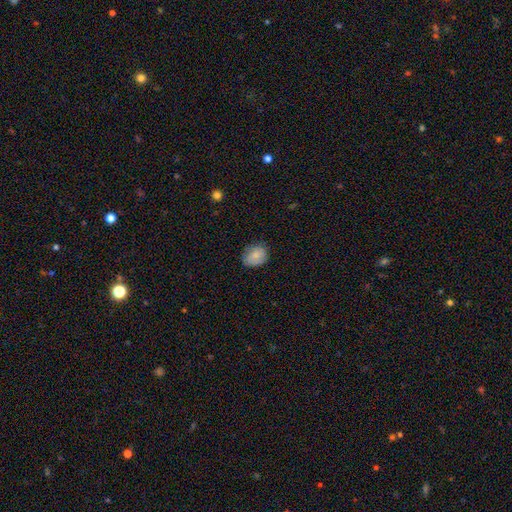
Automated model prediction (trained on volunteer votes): Smooth or featured? Predicted: smooth (p=0.79). How rounded? Predicted: in between (p=0.60). Merging? Predicted: none (p=0.73).